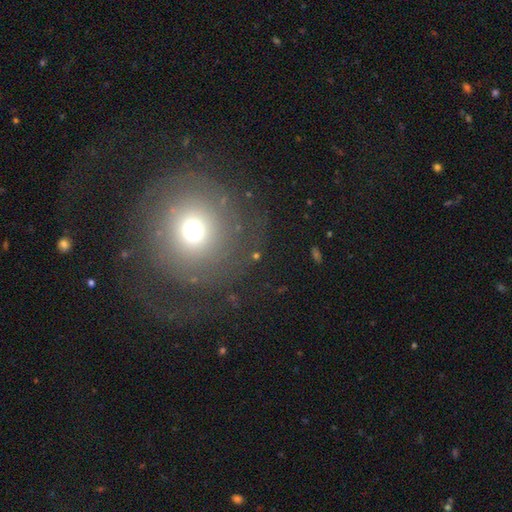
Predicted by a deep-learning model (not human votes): This is possibly a smooth galaxy (54%). How rounded: clearly round (89%). Merging: likely none (68%).